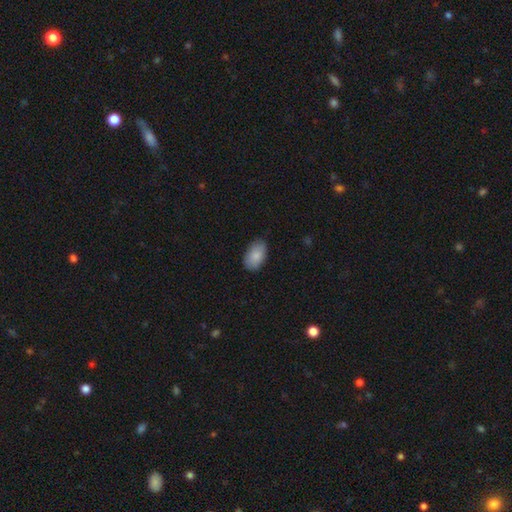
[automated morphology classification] Q: Smooth or featured?
A: smooth (88%); runner-up: star or artifact (6%)
Q: How rounded?
A: in between (94%); runner-up: round (5%)
Q: Merging?
A: none (84%); runner-up: minor disturbance (12%)